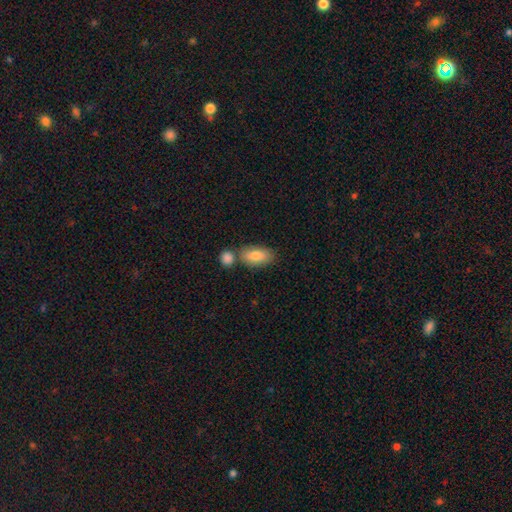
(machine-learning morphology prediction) Smooth or featured?
  - smooth: 82% *
  - featured or disk: 11%
  - star or artifact: 7%
How rounded?
  - in between: 88% *
  - cigar-shaped: 8%
  - round: 5%
Merging?
  - none: 56% *
  - merger: 28%
  - minor disturbance: 12%
  - major disturbance: 3%